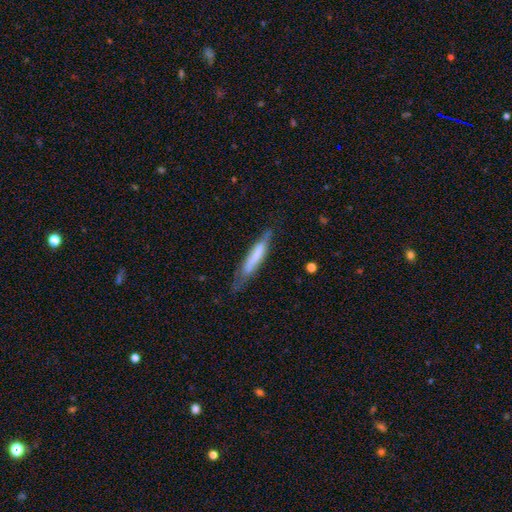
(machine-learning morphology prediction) type=smooth (55%); roundness=cigar-shaped (88%); merging=none (60%).